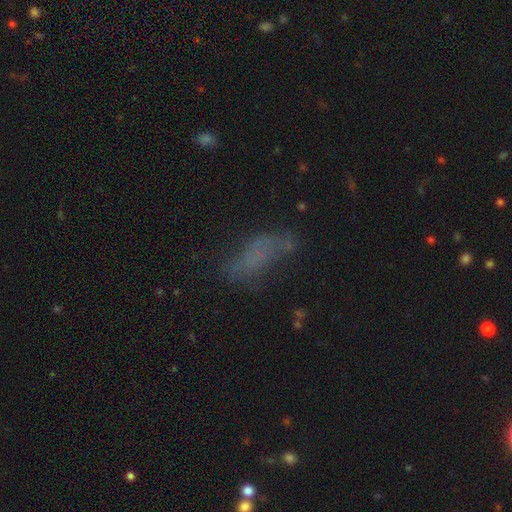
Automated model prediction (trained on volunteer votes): A smooth galaxy with no disk features (50%) that is in between round and cigar-shaped (69%).

Vote fractions:
- Smooth or featured? smooth: 50% / featured or disk: 30% / star or artifact: 19%
- How rounded? in between: 69% / cigar-shaped: 27% / round: 4%
- Merging? none: 48% / minor disturbance: 25% / major disturbance: 23% / merger: 5%